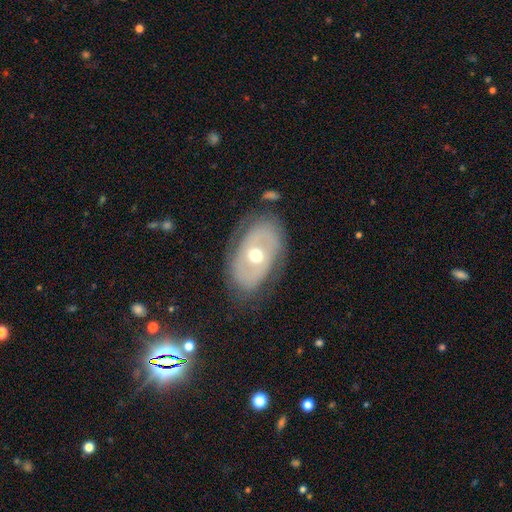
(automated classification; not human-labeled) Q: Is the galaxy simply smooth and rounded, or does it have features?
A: featured or disk — 61%.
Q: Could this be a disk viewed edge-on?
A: no — 91%.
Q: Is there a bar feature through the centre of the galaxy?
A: no — 74%.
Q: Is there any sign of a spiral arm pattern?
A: no — 69%.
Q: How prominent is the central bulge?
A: moderate — 75%.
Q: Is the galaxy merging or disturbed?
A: none — 73%.